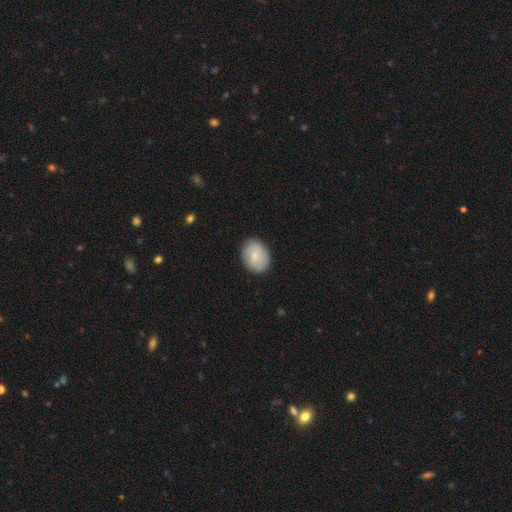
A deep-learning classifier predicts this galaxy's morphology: A smooth galaxy with no disk features (75%) that is in between round and cigar-shaped (66%).

Vote fractions:
- Smooth or featured? smooth: 75% / featured or disk: 19% / star or artifact: 6%
- How rounded? in between: 66% / round: 33% / cigar-shaped: 1%
- Merging? none: 86% / minor disturbance: 10% / major disturbance: 2% / merger: 1%